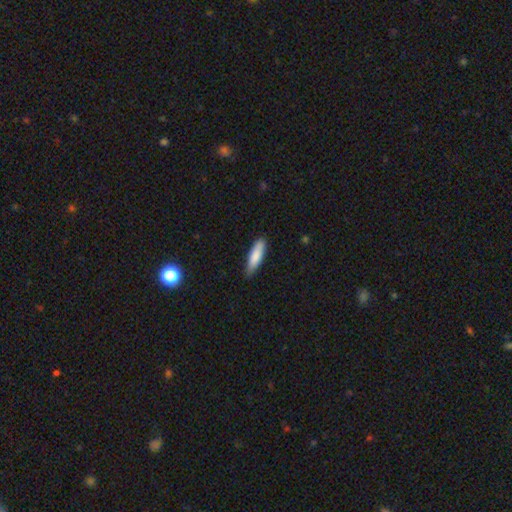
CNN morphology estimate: smooth 83%, featured or disk 12%, star or artifact 6%. Down the decision tree: how rounded — cigar-shaped (60%); merging — none (79%).